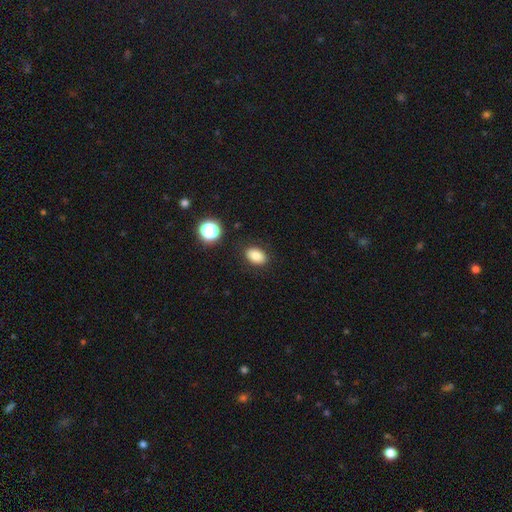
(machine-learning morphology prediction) smooth-or-featured: smooth: 81% | star or artifact: 11% | featured or disk: 8%
  how-rounded: in between: 82% | round: 16% | cigar-shaped: 1%
  merging: none: 86% | minor disturbance: 9% | major disturbance: 3% | merger: 2%